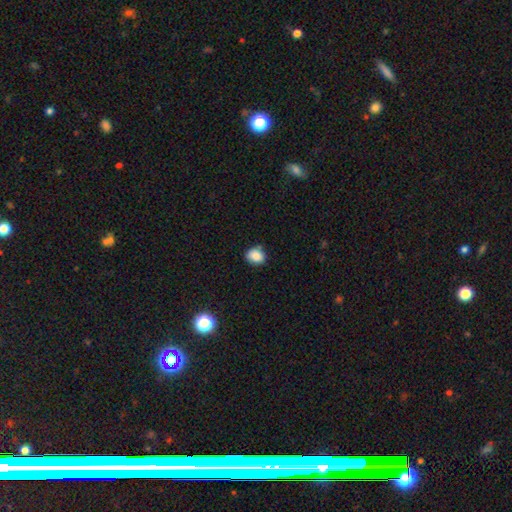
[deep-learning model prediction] smooth 86%, star or artifact 9%, featured or disk 5%. Down the decision tree: how rounded — round (57%); merging — none (75%).